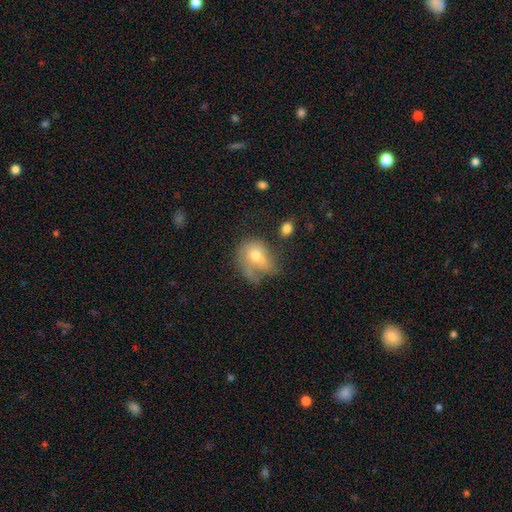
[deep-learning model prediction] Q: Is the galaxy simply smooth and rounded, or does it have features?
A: smooth — 56%.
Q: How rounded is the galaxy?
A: round — 51%.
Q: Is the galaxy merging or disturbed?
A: major disturbance — 32%.